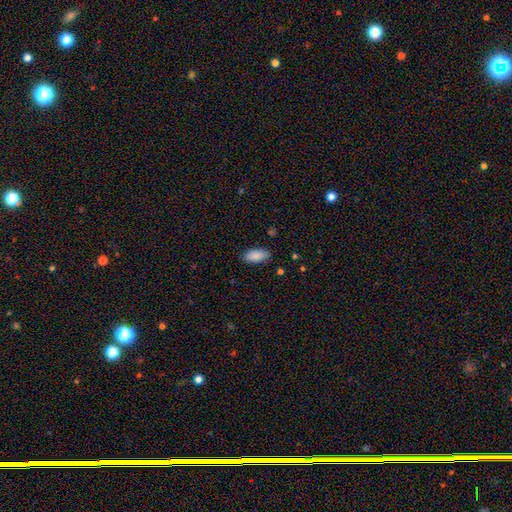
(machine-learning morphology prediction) This appears to be a smooth galaxy with no disk features (89%) that is in between round and cigar-shaped (91%). Merging: none (85%).